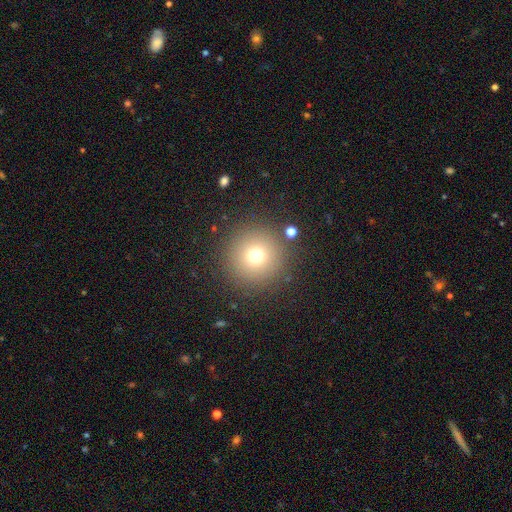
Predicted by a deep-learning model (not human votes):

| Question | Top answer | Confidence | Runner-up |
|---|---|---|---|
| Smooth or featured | smooth | 73% | star or artifact (16%) |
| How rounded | round | 96% | in between (3%) |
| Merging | none | 88% | minor disturbance (6%) |